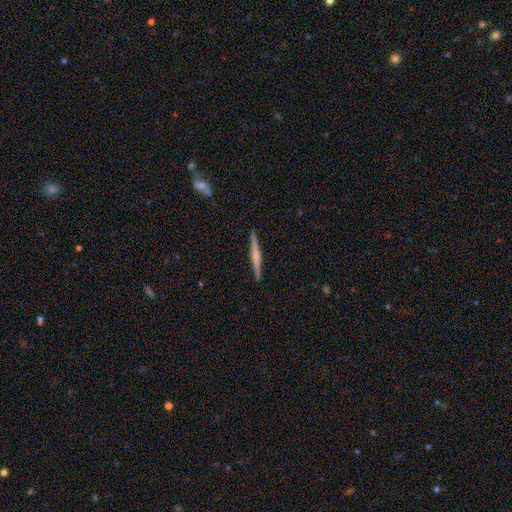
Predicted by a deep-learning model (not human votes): Overall: featured or disk (59%; smooth 36%). Edge-on disk: yes (98%). Edge-on bulge: none (43%; rounded 40%). Merging: none (92%).